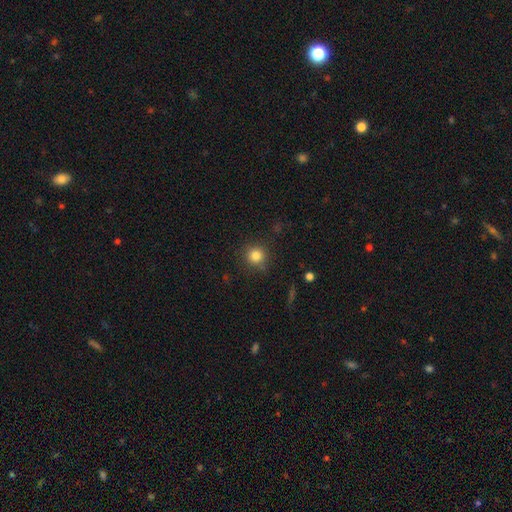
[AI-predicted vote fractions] Morphology: type=smooth (82%); roundness=round (93%); merging=none (86%).